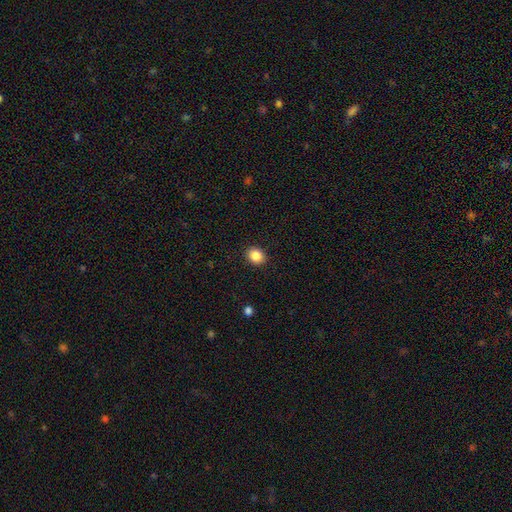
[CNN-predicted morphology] Smooth or featured? smooth (86%)
How rounded? round (60%)
Merging? none (91%)